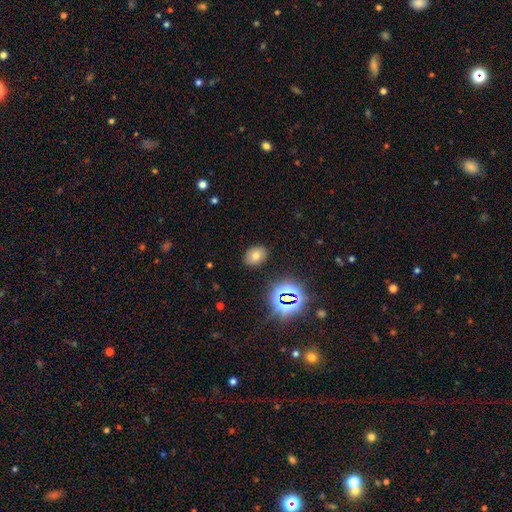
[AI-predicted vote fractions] smooth 67%, star or artifact 21%, featured or disk 12%. Down the decision tree: how rounded — in between (64%); merging — none (86%).